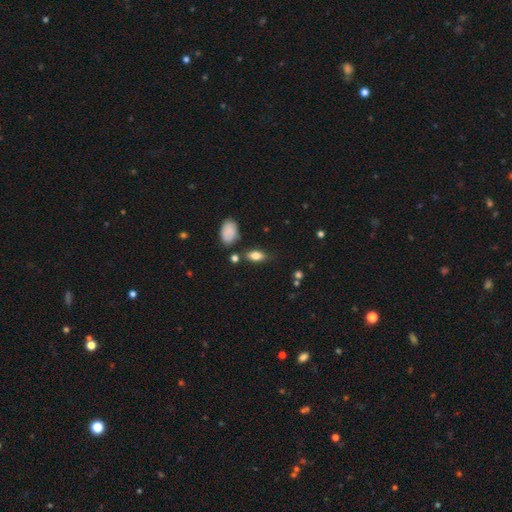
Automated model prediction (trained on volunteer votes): smooth-or-featured: smooth: 78% | featured or disk: 13% | star or artifact: 9%
  how-rounded: in between: 85% | cigar-shaped: 10% | round: 5%
  merging: none: 73% | minor disturbance: 16% | merger: 6% | major disturbance: 4%